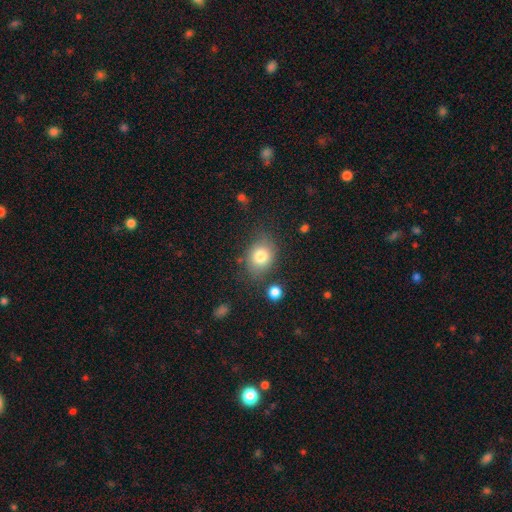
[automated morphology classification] This appears to be a smooth galaxy with no disk features (75%) that is round (59%). Merging: none (84%).